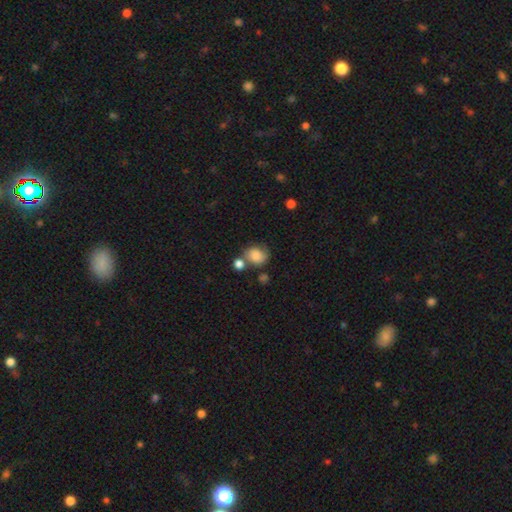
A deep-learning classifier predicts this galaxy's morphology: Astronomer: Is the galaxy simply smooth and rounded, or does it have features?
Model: smooth — 71%.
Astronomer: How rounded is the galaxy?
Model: round — 62%.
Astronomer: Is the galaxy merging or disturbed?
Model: none — 50%.